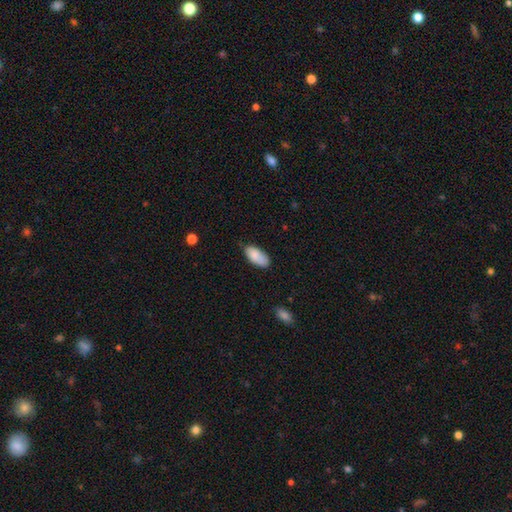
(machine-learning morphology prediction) Smooth or featured? Predicted: smooth (p=0.85). How rounded? Predicted: in between (p=0.91). Merging? Predicted: none (p=0.66).